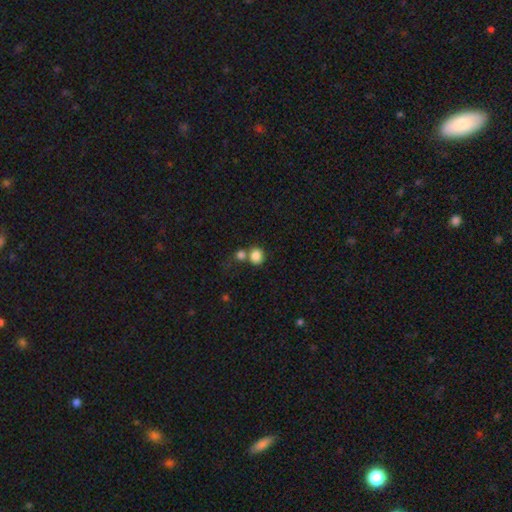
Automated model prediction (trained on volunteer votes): smooth-or-featured: smooth: 84% | star or artifact: 10% | featured or disk: 6%
  how-rounded: round: 76% | in between: 23% | cigar-shaped: 1%
  merging: none: 51% | merger: 35% | minor disturbance: 9% | major disturbance: 5%